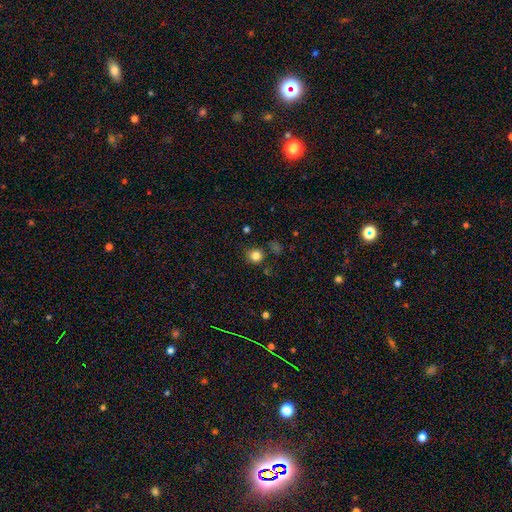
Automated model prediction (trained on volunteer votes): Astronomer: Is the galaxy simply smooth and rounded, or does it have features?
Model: smooth — 81%.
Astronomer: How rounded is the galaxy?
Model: round — 90%.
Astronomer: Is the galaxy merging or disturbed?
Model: none — 82%.